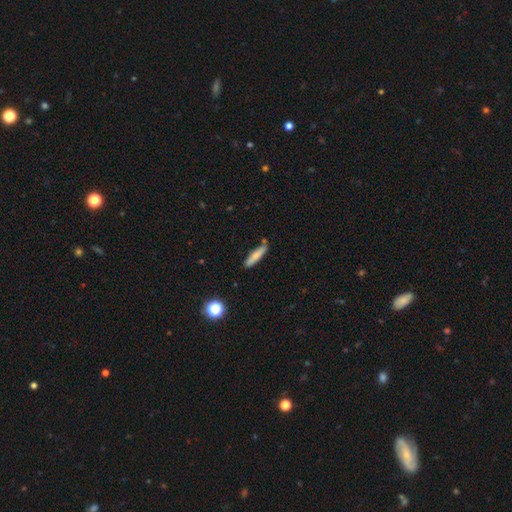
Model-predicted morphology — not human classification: smooth_or_featured: smooth (p=0.75) [alt: featured or disk p=0.17]
how_rounded: cigar-shaped (p=0.84) [alt: in between p=0.14]
merging: none (p=0.79) [alt: minor disturbance p=0.14]